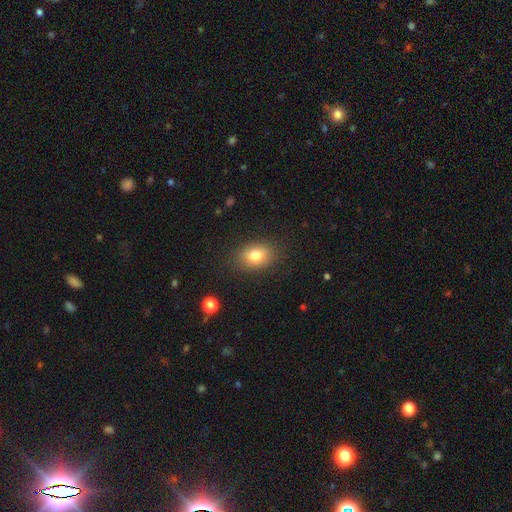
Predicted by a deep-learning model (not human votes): Q: Smooth or featured?
A: smooth (79%); runner-up: featured or disk (10%)
Q: How rounded?
A: in between (67%); runner-up: round (32%)
Q: Merging?
A: none (85%); runner-up: minor disturbance (10%)